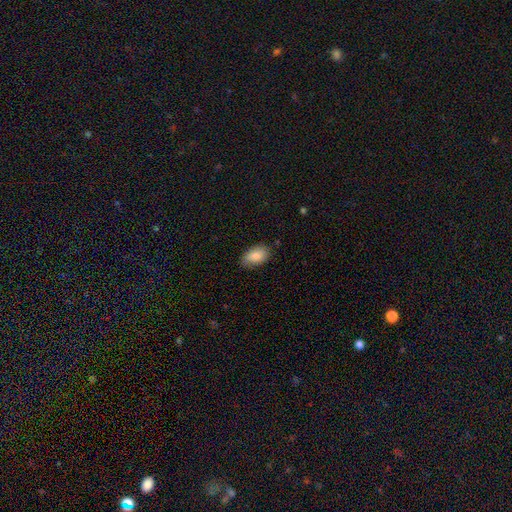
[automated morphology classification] smooth 84%, featured or disk 9%, star or artifact 7%. Down the decision tree: how rounded — in between (92%); merging — none (75%).